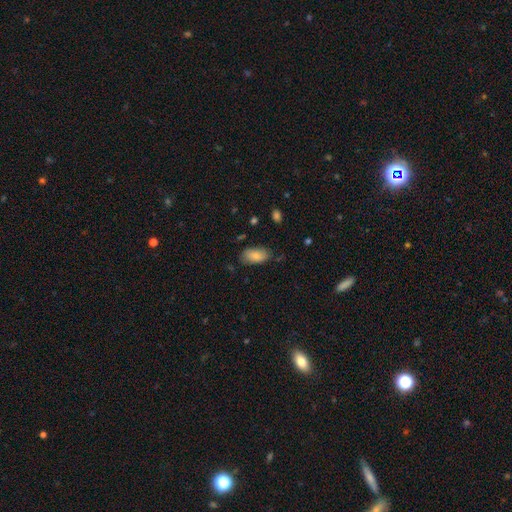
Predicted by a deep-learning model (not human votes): smooth-or-featured: smooth: 84% | featured or disk: 9% | star or artifact: 7%
  how-rounded: in between: 93% | cigar-shaped: 4% | round: 3%
  merging: none: 76% | minor disturbance: 18% | major disturbance: 4% | merger: 2%